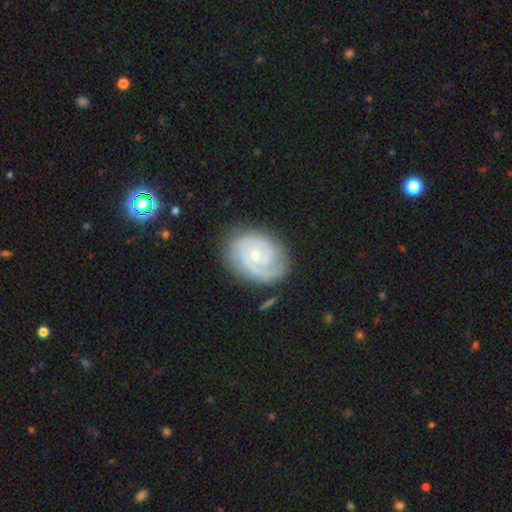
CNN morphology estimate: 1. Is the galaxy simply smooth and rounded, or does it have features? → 78% featured or disk, 16% smooth, 6% star or artifact.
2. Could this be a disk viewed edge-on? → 97% no, 3% yes.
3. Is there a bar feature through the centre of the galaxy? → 73% no, 23% weak, 4% strong.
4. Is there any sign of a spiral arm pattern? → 92% yes, 8% no.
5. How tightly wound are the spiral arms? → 64% tight, 28% medium, 8% loose.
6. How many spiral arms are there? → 42% 2, 24% can't tell, 14% 1, 13% 3, 3% 4, 3% more than 4.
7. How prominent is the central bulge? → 67% small, 30% moderate, 1% large, 1% none, 1% dominant.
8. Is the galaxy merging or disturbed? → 76% none, 16% minor disturbance, 6% major disturbance, 2% merger.